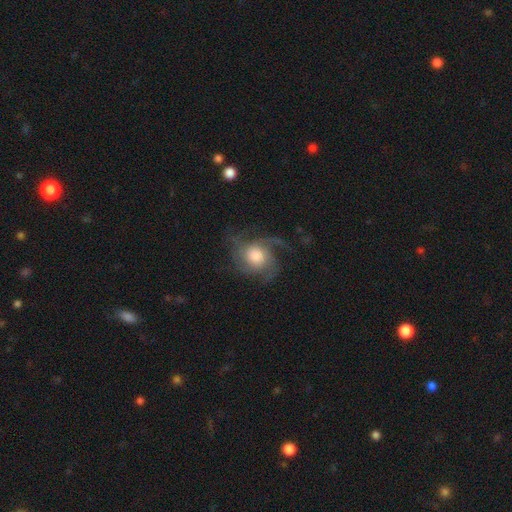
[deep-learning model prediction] Morphology: type=featured or disk (73%); edge-on=no (97%); bar=no (78%); spiral arms=yes (93%); winding=medium (44%); arm count=3 (35%); bulge=large (45%); merging=none (59%).